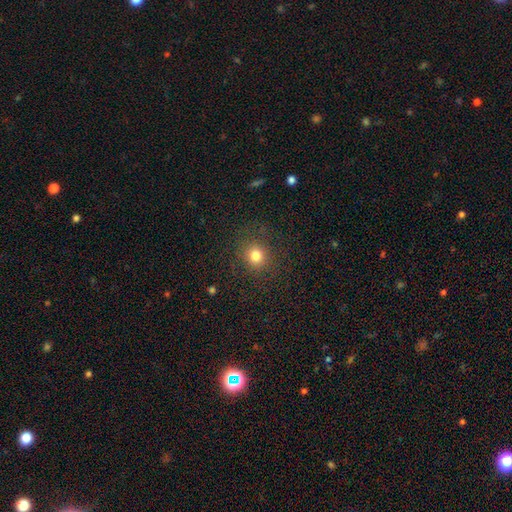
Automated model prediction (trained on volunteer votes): This appears to be a smooth galaxy with no disk features (79%) that is round (86%). Merging: none (86%).